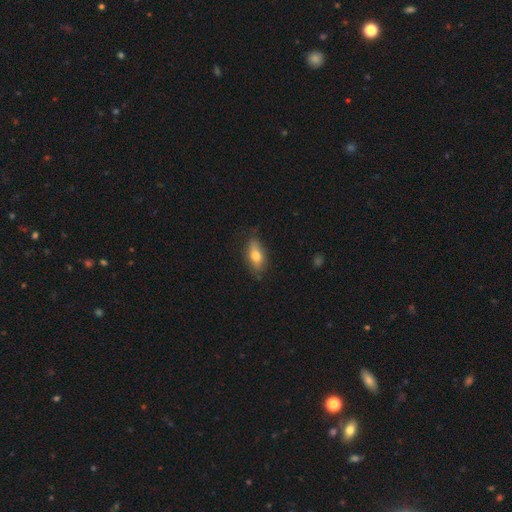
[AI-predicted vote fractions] This appears to be a smooth galaxy with no disk features (69%) that is in between round and cigar-shaped (80%). Merging: none (76%).